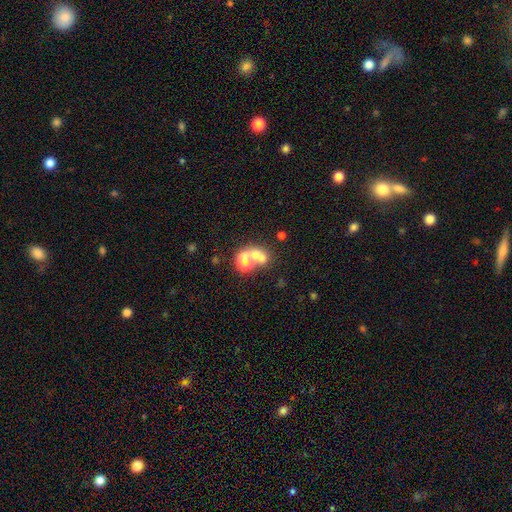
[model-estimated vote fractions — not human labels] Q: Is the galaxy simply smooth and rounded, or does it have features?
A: smooth — 59%.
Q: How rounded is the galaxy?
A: round — 65%.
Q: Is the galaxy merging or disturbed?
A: merger — 59%.